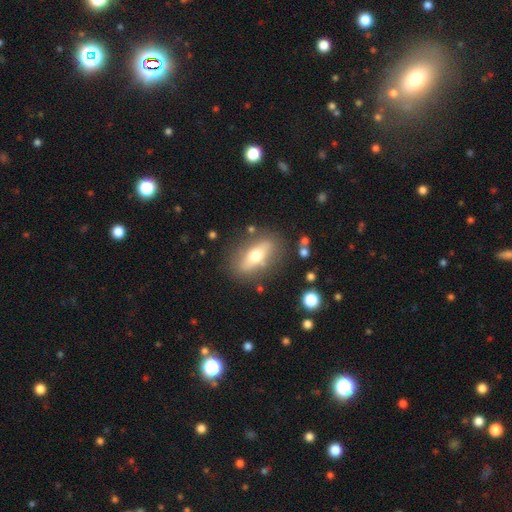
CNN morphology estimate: Smooth or featured?
  - smooth: 49% *
  - featured or disk: 44%
  - star or artifact: 8%
Merging?
  - none: 80% *
  - minor disturbance: 12%
  - major disturbance: 5%
  - merger: 3%